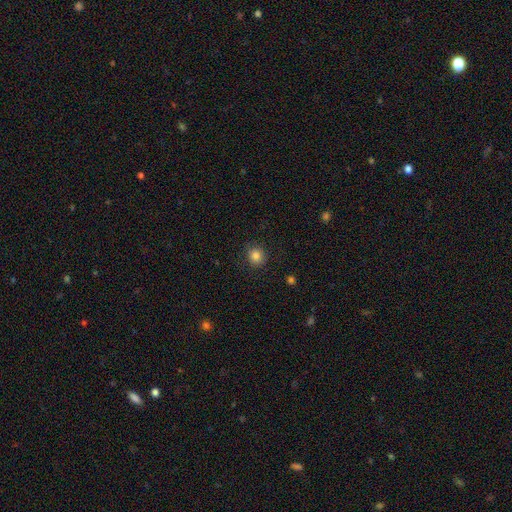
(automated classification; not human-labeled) Q: Smooth or featured?
A: smooth (84%); runner-up: star or artifact (11%)
Q: How rounded?
A: round (87%); runner-up: in between (12%)
Q: Merging?
A: none (89%); runner-up: minor disturbance (8%)